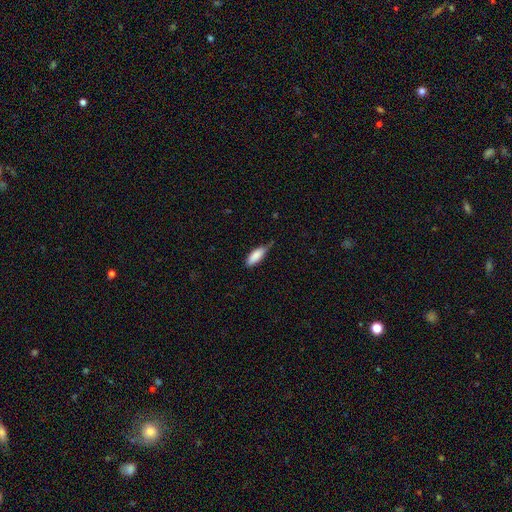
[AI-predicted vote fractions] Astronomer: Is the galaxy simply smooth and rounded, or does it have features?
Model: smooth — 85%.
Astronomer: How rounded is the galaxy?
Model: in between — 72%.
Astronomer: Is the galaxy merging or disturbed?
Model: none — 47% (runner-up: minor disturbance, 43%).